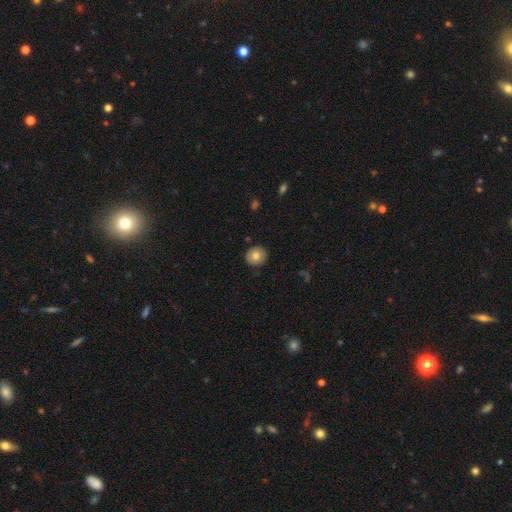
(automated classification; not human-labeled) smooth 77%, featured or disk 15%, star or artifact 8%. Down the decision tree: how rounded — round (88%); merging — none (89%).